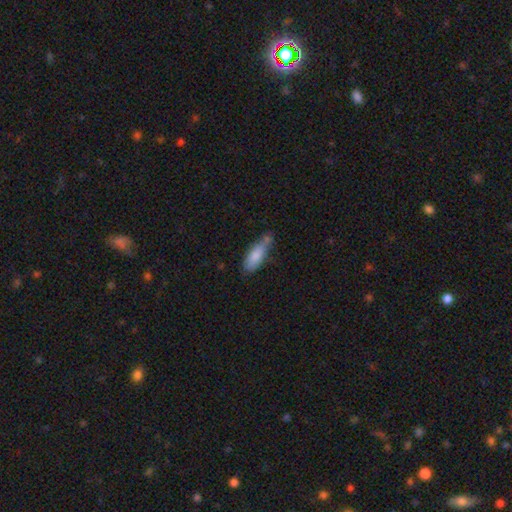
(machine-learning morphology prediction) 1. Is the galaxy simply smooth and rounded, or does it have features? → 81% smooth, 13% featured or disk, 7% star or artifact.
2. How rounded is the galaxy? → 58% in between, 40% cigar-shaped, 2% round.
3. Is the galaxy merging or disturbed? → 49% none, 32% minor disturbance, 11% merger, 8% major disturbance.